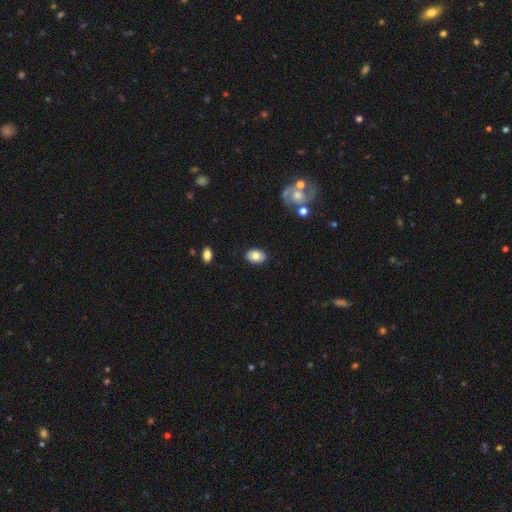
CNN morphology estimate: Q: Smooth or featured?
A: smooth (76%); runner-up: featured or disk (16%)
Q: How rounded?
A: in between (82%); runner-up: round (17%)
Q: Merging?
A: none (87%); runner-up: minor disturbance (9%)